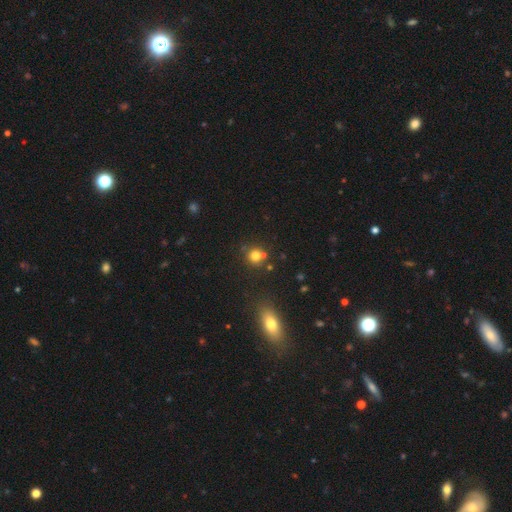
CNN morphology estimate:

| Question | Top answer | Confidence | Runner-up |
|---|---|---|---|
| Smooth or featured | smooth | 77% | star or artifact (15%) |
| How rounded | round | 89% | in between (9%) |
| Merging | none | 70% | merger (17%) |